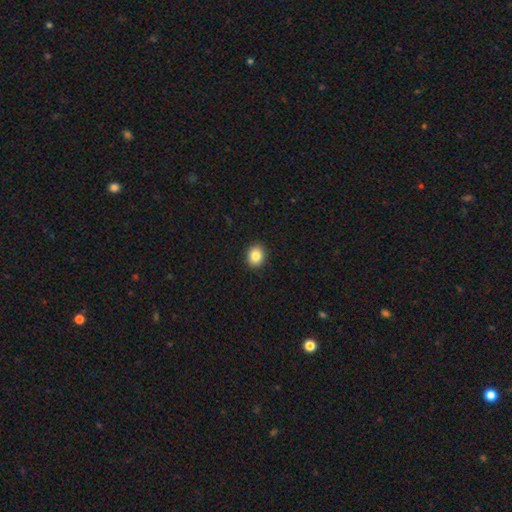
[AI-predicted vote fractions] smooth-or-featured: smooth: 85% | star or artifact: 9% | featured or disk: 6%
  how-rounded: round: 55% | in between: 44% | cigar-shaped: 1%
  merging: none: 92% | minor disturbance: 6% | major disturbance: 2% | merger: 1%